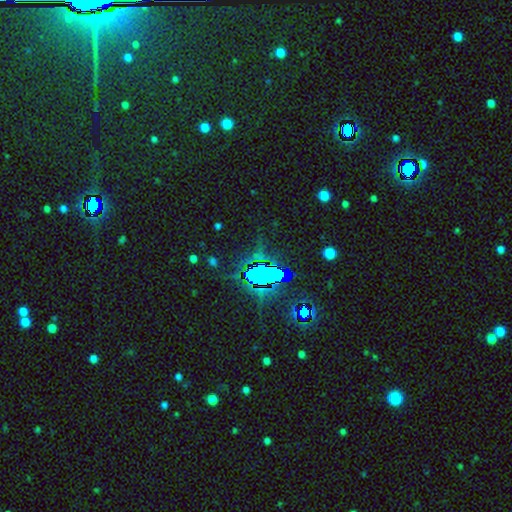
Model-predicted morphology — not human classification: smooth-or-featured: star or artifact: 70% | smooth: 19% | featured or disk: 11%